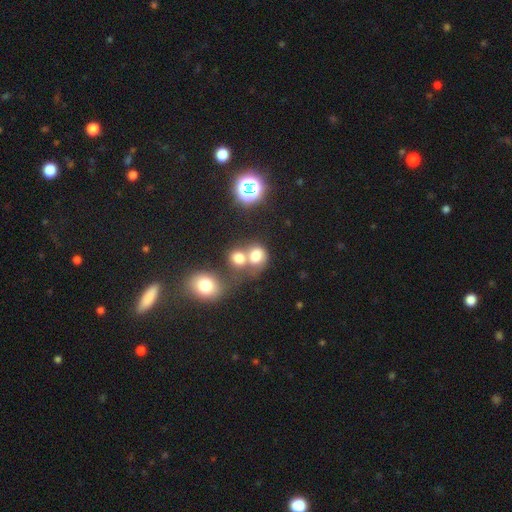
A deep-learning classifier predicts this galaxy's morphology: This is likely a smooth galaxy (70%). How rounded: likely round (65%). Merging: possibly merger (55%).